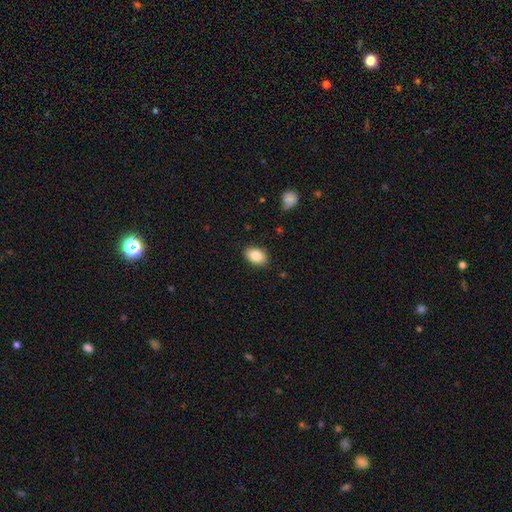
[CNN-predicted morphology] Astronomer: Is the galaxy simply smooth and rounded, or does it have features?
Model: smooth — 86%.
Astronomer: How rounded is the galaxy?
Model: in between — 85%.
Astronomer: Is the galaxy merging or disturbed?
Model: none — 87%.